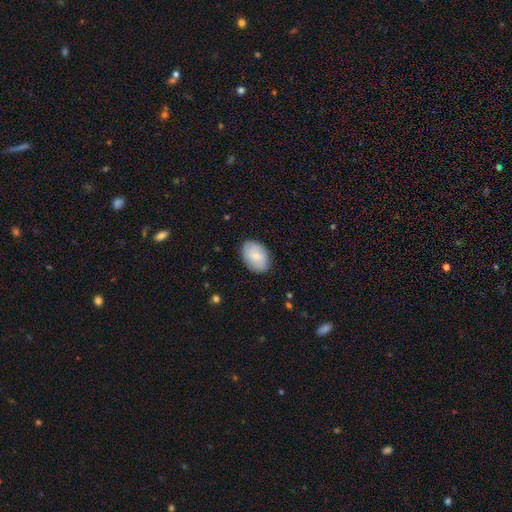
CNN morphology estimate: smooth-or-featured: smooth: 76% | featured or disk: 18% | star or artifact: 6%
  how-rounded: in between: 86% | round: 13% | cigar-shaped: 1%
  merging: none: 84% | minor disturbance: 12% | major disturbance: 3% | merger: 1%